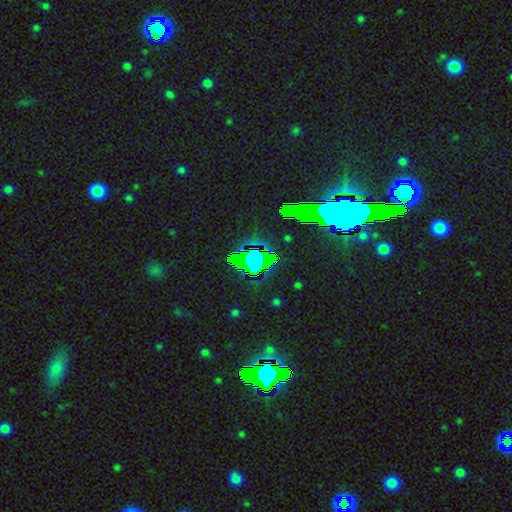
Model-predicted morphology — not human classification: Q: Smooth or featured?
A: star or artifact (83%); runner-up: smooth (9%)